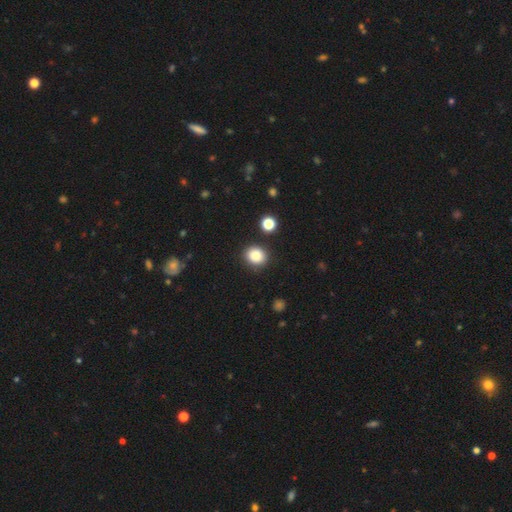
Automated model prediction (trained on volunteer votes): The model was most divided on "how rounded": round: 70%, in between: 29%, cigar-shaped: 1%. More confident: merging — none (86%); smooth or featured — smooth (85%).